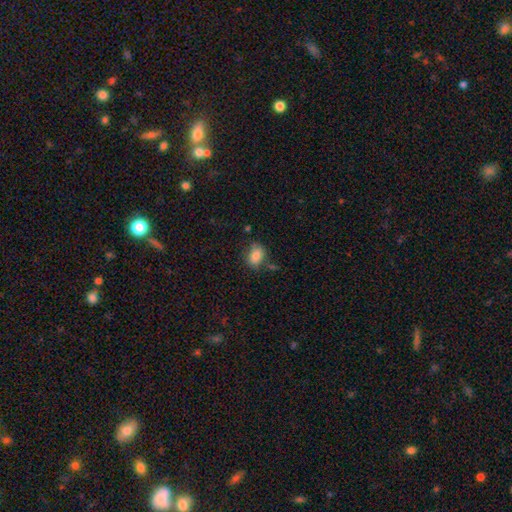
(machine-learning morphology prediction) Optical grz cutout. It shows a smooth galaxy with no disk features (83%) that is in between round and cigar-shaped (74%). Merging: none (68%).